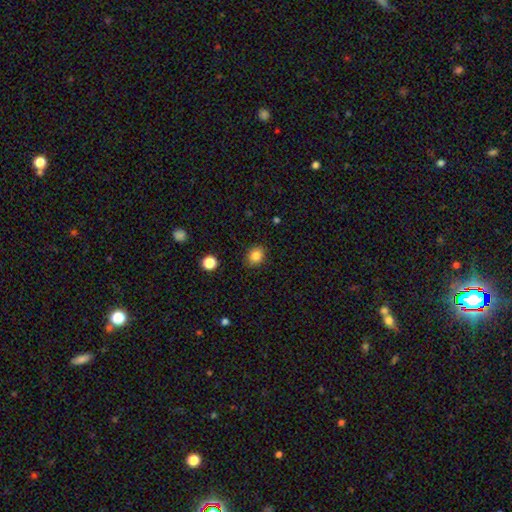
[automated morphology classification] A smooth galaxy with no disk features (84%) that is round (59%).

Vote fractions:
- Smooth or featured? smooth: 84% / star or artifact: 11% / featured or disk: 5%
- How rounded? round: 59% / in between: 40% / cigar-shaped: 1%
- Merging? none: 86% / minor disturbance: 10% / major disturbance: 2% / merger: 1%